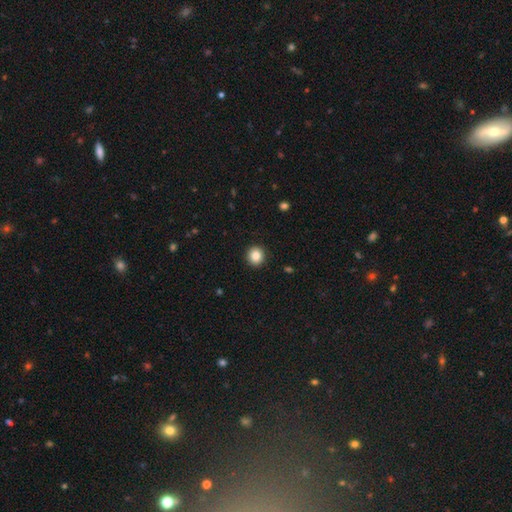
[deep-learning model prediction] Morphology: type=smooth (85%); roundness=round (92%); merging=none (93%).